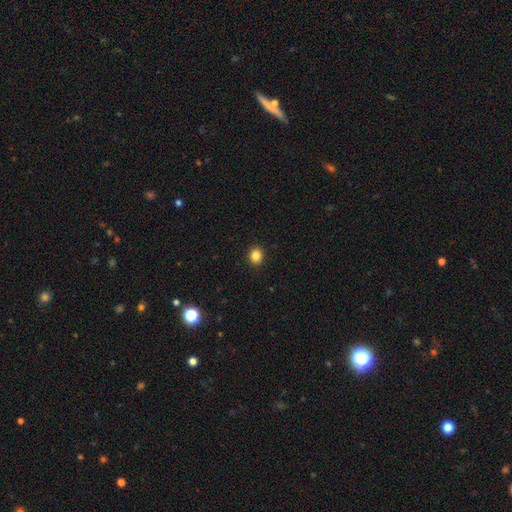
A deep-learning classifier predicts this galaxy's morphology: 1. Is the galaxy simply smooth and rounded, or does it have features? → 84% smooth, 11% star or artifact, 5% featured or disk.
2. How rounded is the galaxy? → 73% round, 26% in between, 1% cigar-shaped.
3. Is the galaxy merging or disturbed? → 92% none, 6% minor disturbance, 2% major disturbance, 1% merger.